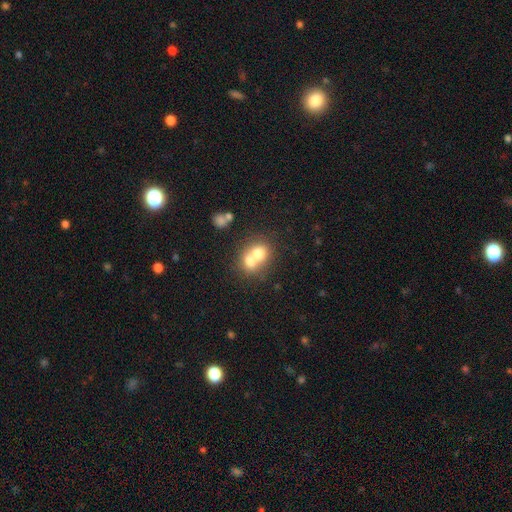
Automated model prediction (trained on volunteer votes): Overall: smooth (68%). How rounded: round (68%; in between 32%). Merging: merger (69%).